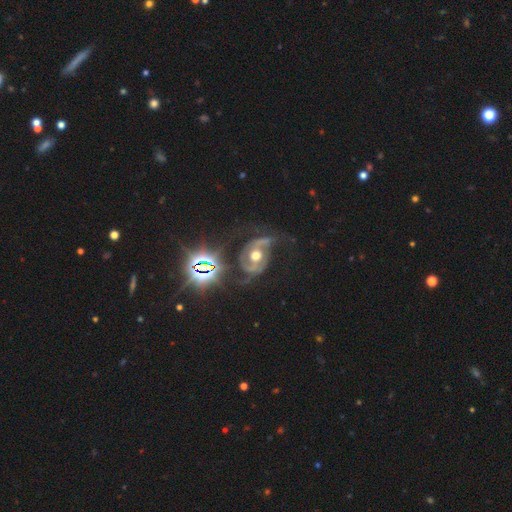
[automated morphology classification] A featured or disk galaxy (78%) with no bar (60%), 2 (79%) medium (47%) spiral arms (85%) and a moderate central bulge (71%).

Vote fractions:
- Smooth or featured? featured or disk: 78% / star or artifact: 13% / smooth: 9%
- Edge-on disk? no: 96% / yes: 4%
- Bar? no: 60% / weak: 25% / strong: 15%
- Spiral arms? yes: 85% / no: 15%
- Spiral winding? medium: 47% / loose: 31% / tight: 22%
- Spiral arm count? 2: 79% / can't tell: 8% / 1: 6% / 3: 4% / 4: 2% / more than 4: 2%
- Bulge size? moderate: 71% / large: 21% / small: 5% / dominant: 2% / none: 1%
- Merging? none: 52% / major disturbance: 24% / minor disturbance: 20% / merger: 4%